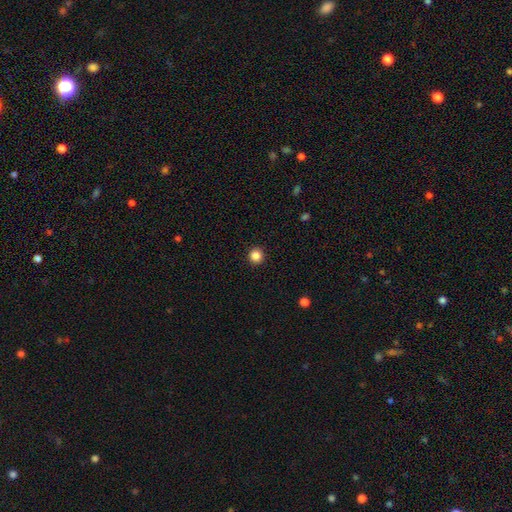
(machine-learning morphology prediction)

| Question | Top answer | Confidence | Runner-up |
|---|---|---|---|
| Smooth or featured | smooth | 86% | star or artifact (11%) |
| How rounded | round | 95% | in between (4%) |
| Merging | none | 93% | minor disturbance (4%) |